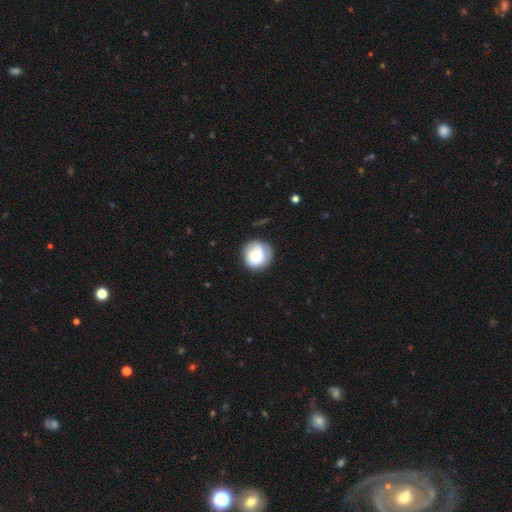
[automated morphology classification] type=smooth (70%); roundness=round (89%); merging=none (70%).